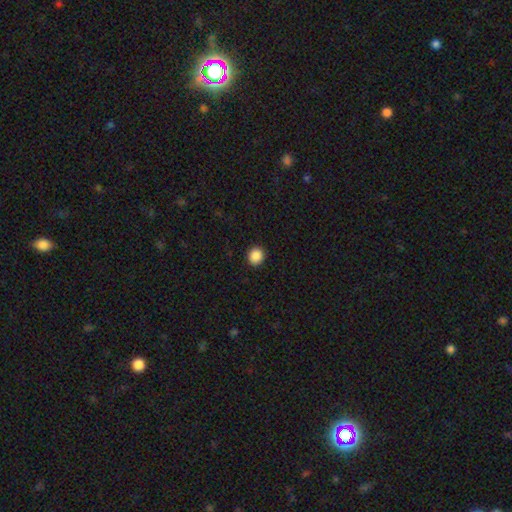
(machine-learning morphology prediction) Smooth or featured?
  - smooth: 88% *
  - star or artifact: 9%
  - featured or disk: 3%
How rounded?
  - round: 83% *
  - in between: 16%
  - cigar-shaped: 1%
Merging?
  - none: 92% *
  - minor disturbance: 5%
  - major disturbance: 2%
  - merger: 1%